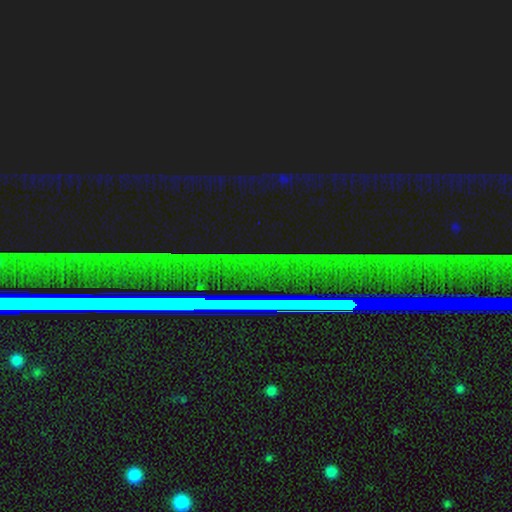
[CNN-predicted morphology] This appears to be a star or artifact, not a galaxy (85%).